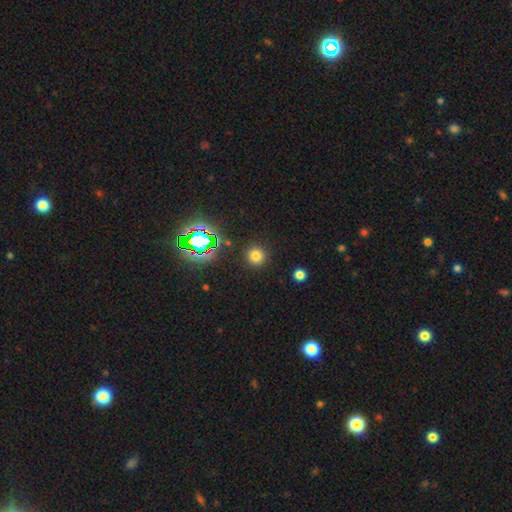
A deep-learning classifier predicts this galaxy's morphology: smooth 73%, star or artifact 21%, featured or disk 6%. Down the decision tree: how rounded — round (94%); merging — none (90%).